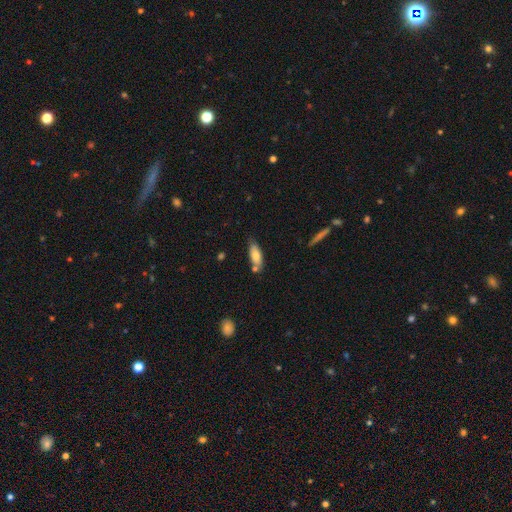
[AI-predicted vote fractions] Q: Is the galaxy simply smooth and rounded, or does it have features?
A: smooth — 72%.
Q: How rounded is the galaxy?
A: in between — 68%.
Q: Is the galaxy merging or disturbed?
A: none — 67%.